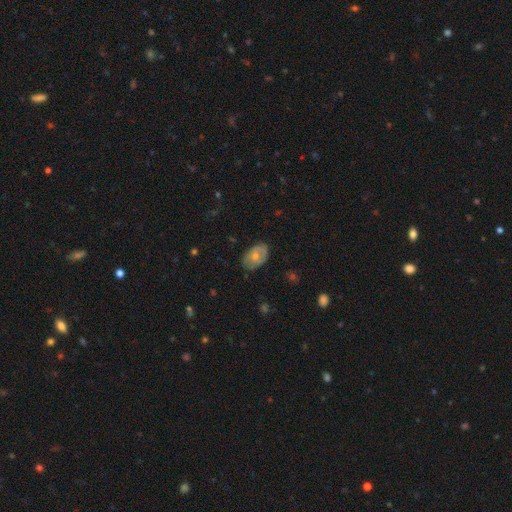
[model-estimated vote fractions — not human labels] The model was most divided on "smooth or featured": smooth: 55%, featured or disk: 38%, star or artifact: 7%. More confident: how rounded — in between (86%); merging — none (72%).